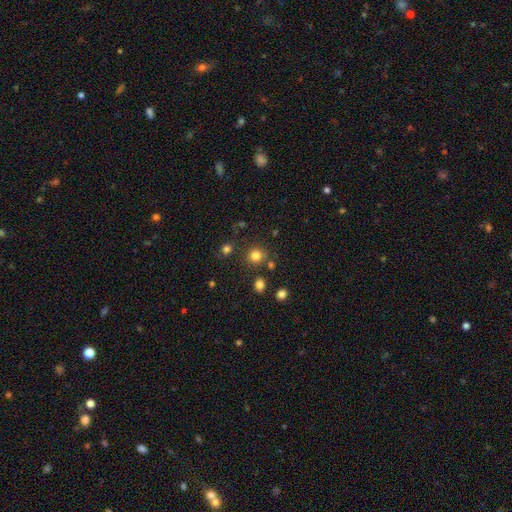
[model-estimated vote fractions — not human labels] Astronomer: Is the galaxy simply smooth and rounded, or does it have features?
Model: smooth — 79%.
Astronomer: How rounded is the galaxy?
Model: round — 89%.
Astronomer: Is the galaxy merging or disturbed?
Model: none — 81%.